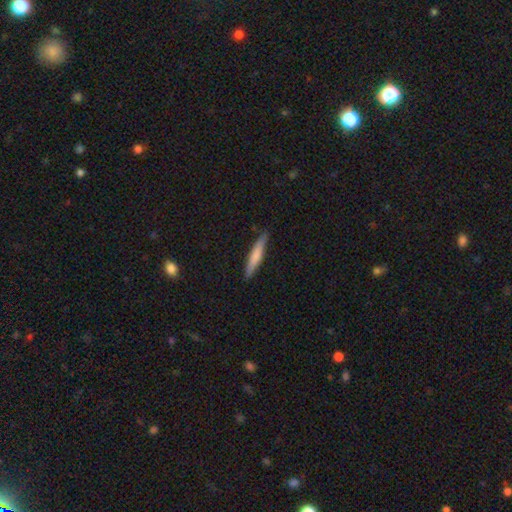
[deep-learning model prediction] smooth_or_featured: smooth (p=0.68) [alt: featured or disk p=0.27]
how_rounded: cigar-shaped (p=0.93) [alt: in between p=0.06]
merging: none (p=0.88) [alt: minor disturbance p=0.09]